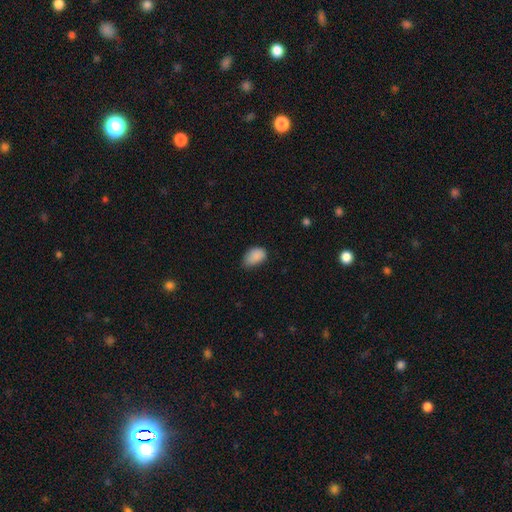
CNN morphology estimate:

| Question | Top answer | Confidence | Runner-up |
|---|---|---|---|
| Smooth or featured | smooth | 87% | star or artifact (8%) |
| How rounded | in between | 88% | round (11%) |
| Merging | none | 51% | minor disturbance (40%) |